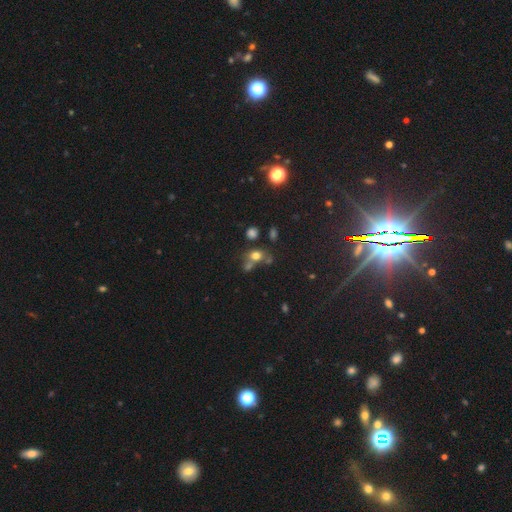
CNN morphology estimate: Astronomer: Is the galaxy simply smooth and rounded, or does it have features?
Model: smooth — 68%.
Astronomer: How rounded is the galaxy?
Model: round — 66%.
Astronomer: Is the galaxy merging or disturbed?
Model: none — 47% (runner-up: merger, 33%).